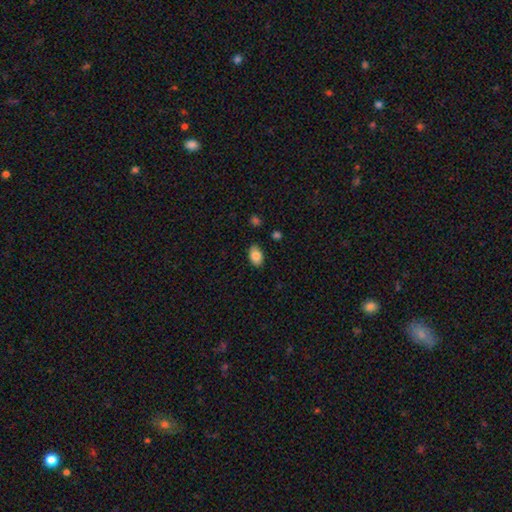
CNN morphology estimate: This is clearly a smooth galaxy (85%). How rounded: clearly in between (89%). Merging: clearly none (85%).